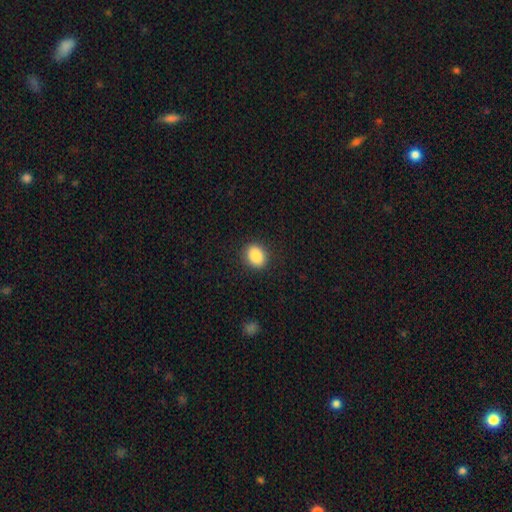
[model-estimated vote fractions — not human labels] Morphology: type=smooth (88%); roundness=in between (57%); merging=none (89%).